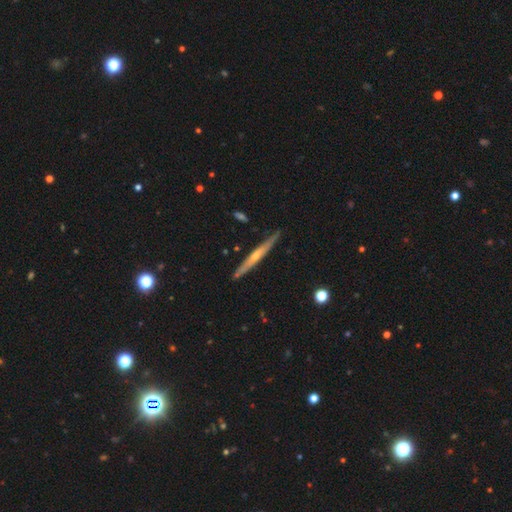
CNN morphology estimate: This is likely a featured or disk galaxy (69%). It is clearly viewed edge-on (96%). Edge-on bulge: likely rounded (63%). Merging: clearly none (87%).